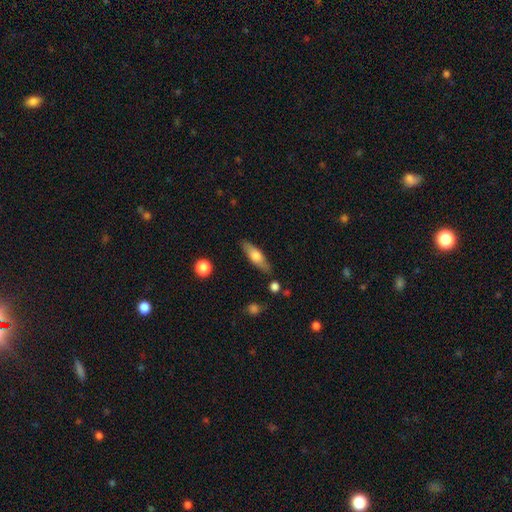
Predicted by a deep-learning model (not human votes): Overall: smooth (59%; featured or disk 35%). How rounded: cigar-shaped (50%; in between 48%). Merging: none (81%).